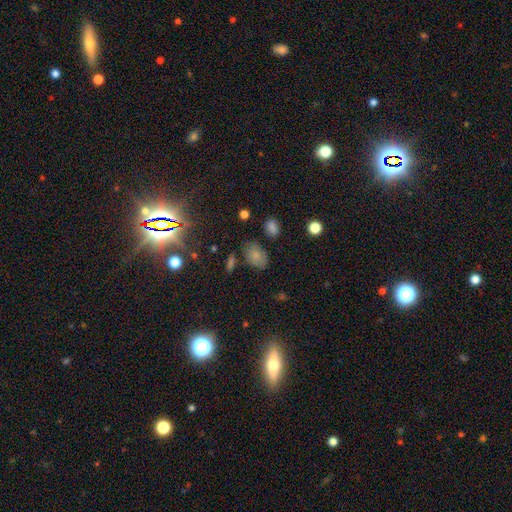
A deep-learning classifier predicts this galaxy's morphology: A smooth galaxy with no disk features (77%) that is in between round and cigar-shaped (83%).

Vote fractions:
- Smooth or featured? smooth: 77% / star or artifact: 13% / featured or disk: 10%
- How rounded? in between: 83% / round: 16% / cigar-shaped: 1%
- Merging? none: 74% / minor disturbance: 17% / merger: 5% / major disturbance: 4%